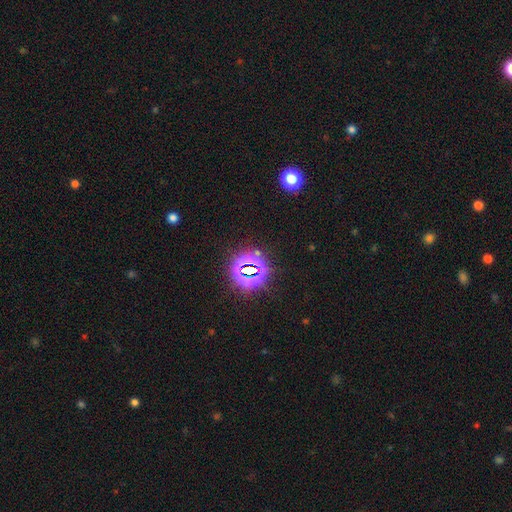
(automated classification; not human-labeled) Q: Smooth or featured?
A: star or artifact (78%); runner-up: smooth (13%)